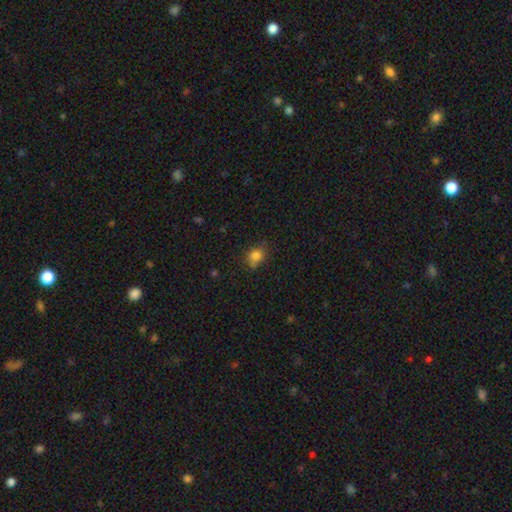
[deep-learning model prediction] smooth-or-featured: smooth: 81% | star or artifact: 12% | featured or disk: 7%
  how-rounded: round: 58% | in between: 41% | cigar-shaped: 1%
  merging: none: 63% | minor disturbance: 26% | major disturbance: 7% | merger: 4%